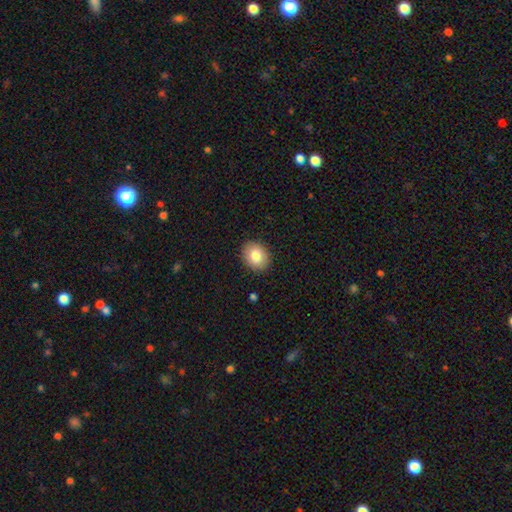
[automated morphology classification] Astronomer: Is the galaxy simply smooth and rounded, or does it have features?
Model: smooth — 82%.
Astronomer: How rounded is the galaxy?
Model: round — 53% (runner-up: in between, 46%).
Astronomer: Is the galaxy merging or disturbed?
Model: none — 90%.